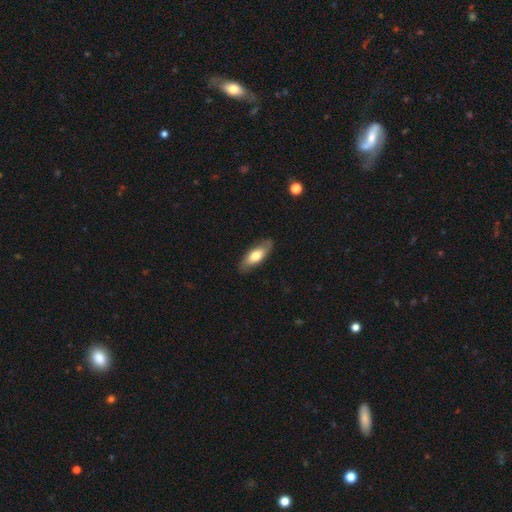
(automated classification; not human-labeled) Smooth or featured: smooth — 61% (featured or disk — 34%)
How rounded: in between — 78% (cigar-shaped — 19%)
Merging: none — 83% (minor disturbance — 13%)